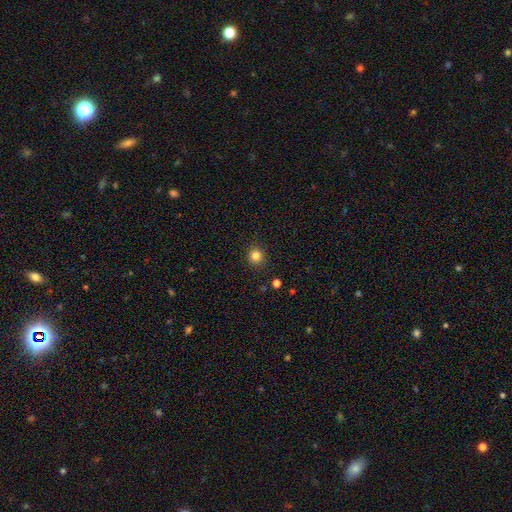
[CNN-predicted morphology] Q: Smooth or featured?
A: smooth (83%); runner-up: star or artifact (12%)
Q: How rounded?
A: round (93%); runner-up: in between (6%)
Q: Merging?
A: none (91%); runner-up: minor disturbance (6%)